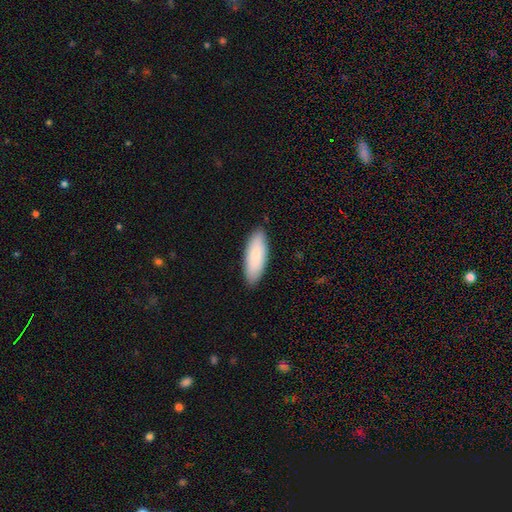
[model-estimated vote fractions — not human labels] smooth-or-featured: smooth: 83% | featured or disk: 12% | star or artifact: 5%
  how-rounded: in between: 67% | cigar-shaped: 32% | round: 2%
  merging: none: 88% | minor disturbance: 10% | major disturbance: 2% | merger: 1%